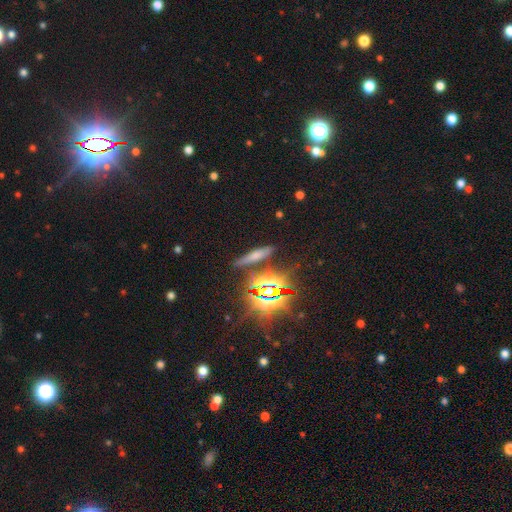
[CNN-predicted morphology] smooth_or_featured: smooth (p=0.49) [alt: star or artifact p=0.30]
merging: none (p=0.82) [alt: minor disturbance p=0.11]